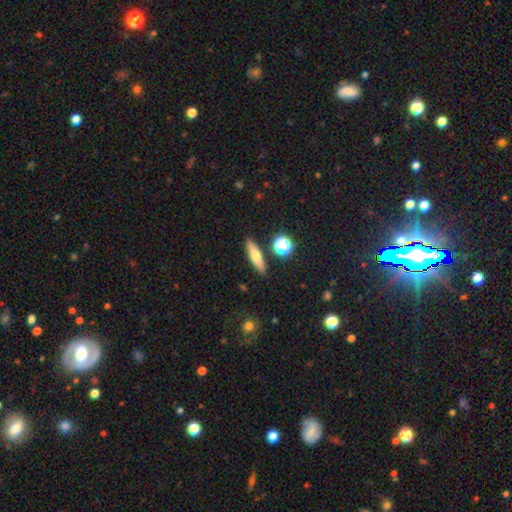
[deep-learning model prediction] Overall: smooth (61%; featured or disk 29%). How rounded: cigar-shaped (63%; in between 31%). Merging: none (86%).